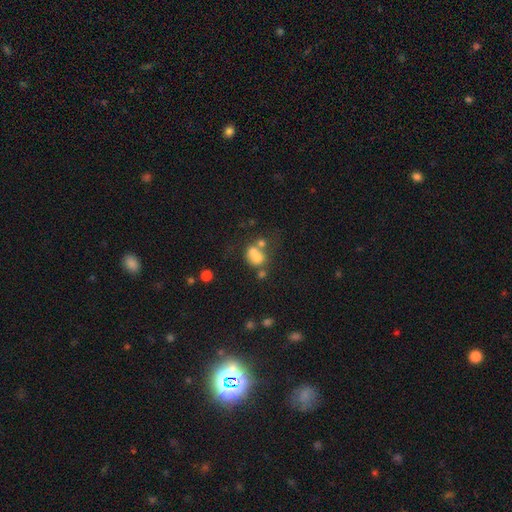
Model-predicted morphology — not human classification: type=smooth (61%); roundness=round (70%); merging=merger (57%).